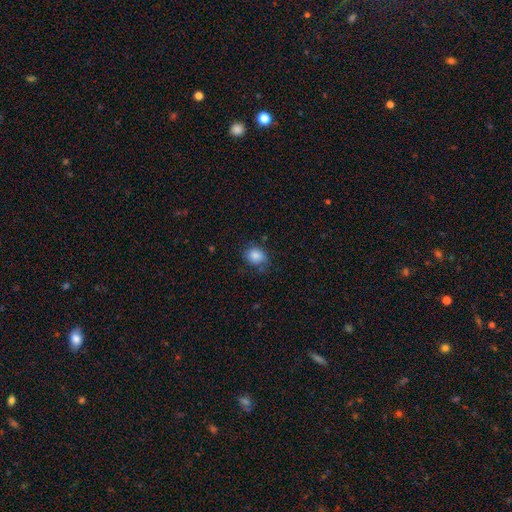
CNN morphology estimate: A smooth galaxy with no disk features (84%) that is round (50%). Merging: none (70%).